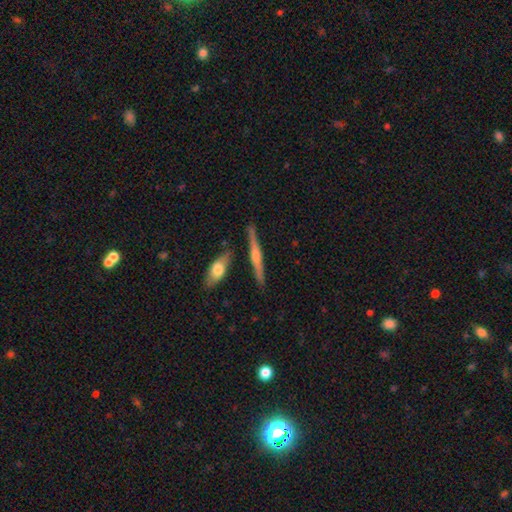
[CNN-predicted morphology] Q: Smooth or featured?
A: featured or disk (69%); runner-up: smooth (25%)
Q: Edge-on disk?
A: yes (97%); runner-up: no (3%)
Q: Edge-on bulge?
A: rounded (81%); runner-up: none (11%)
Q: Merging?
A: none (85%); runner-up: minor disturbance (9%)